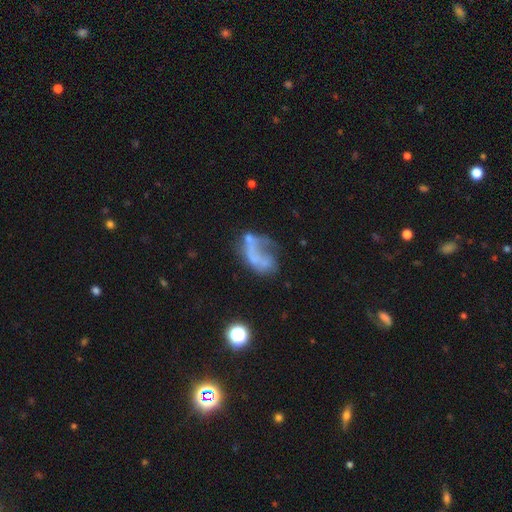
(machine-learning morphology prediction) smooth_or_featured: featured or disk (p=0.55) [alt: smooth p=0.30]
disk_edge_on: no (p=0.97) [alt: yes p=0.03]
bar: no (p=0.85) [alt: weak p=0.11]
has_spiral_arms: no (p=0.70) [alt: yes p=0.30]
bulge_size: none (p=0.78) [alt: small p=0.13]
merging: major disturbance (p=0.40) [alt: none p=0.27]